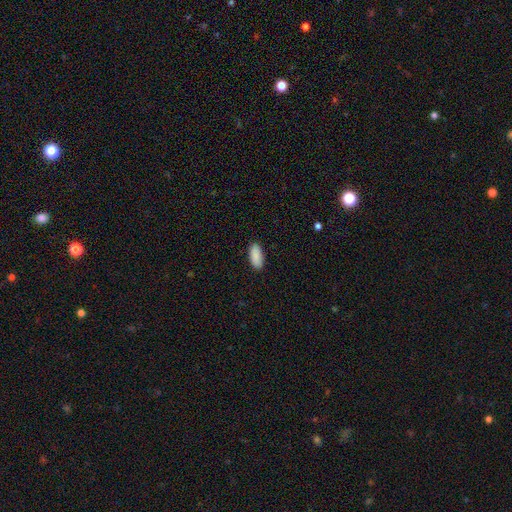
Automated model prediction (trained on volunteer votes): The model was most divided on "how rounded": in between: 89%, cigar-shaped: 9%, round: 2%. More confident: smooth or featured — smooth (91%); merging — none (89%).